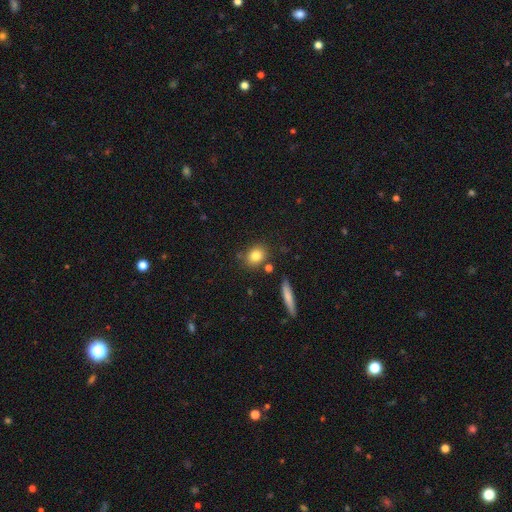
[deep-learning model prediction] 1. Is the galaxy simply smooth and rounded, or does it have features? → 81% smooth, 10% star or artifact, 10% featured or disk.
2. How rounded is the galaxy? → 58% round, 39% in between, 3% cigar-shaped.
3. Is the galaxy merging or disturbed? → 78% none, 11% minor disturbance, 8% merger, 3% major disturbance.